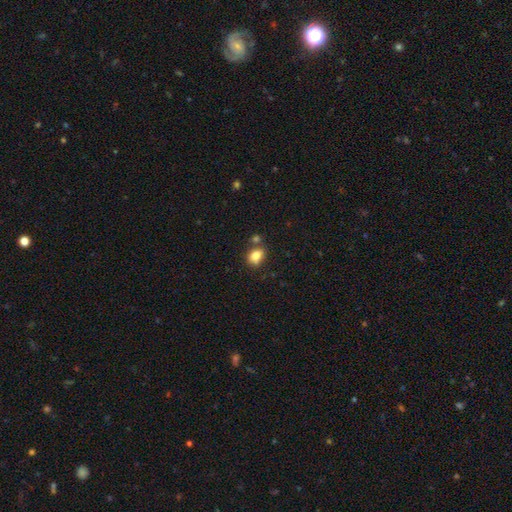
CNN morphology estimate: Q: Smooth or featured?
A: smooth (82%); runner-up: star or artifact (10%)
Q: How rounded?
A: in between (67%); runner-up: round (32%)
Q: Merging?
A: none (63%); runner-up: merger (17%)